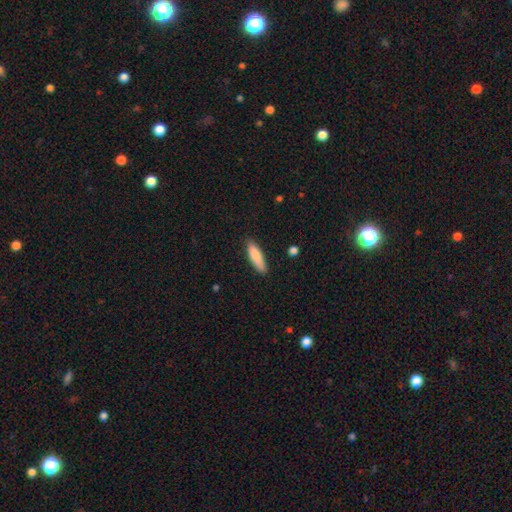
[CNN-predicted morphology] The model was most divided on "how rounded": cigar-shaped: 63%, in between: 35%, round: 2%. More confident: merging — none (86%); smooth or featured — smooth (84%).